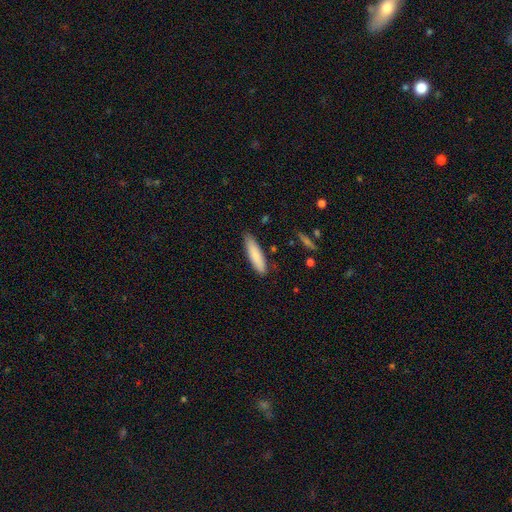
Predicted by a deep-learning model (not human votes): The model was most divided on "how rounded": cigar-shaped: 68%, in between: 30%, round: 1%. More confident: smooth or featured — smooth (85%); merging — none (85%).